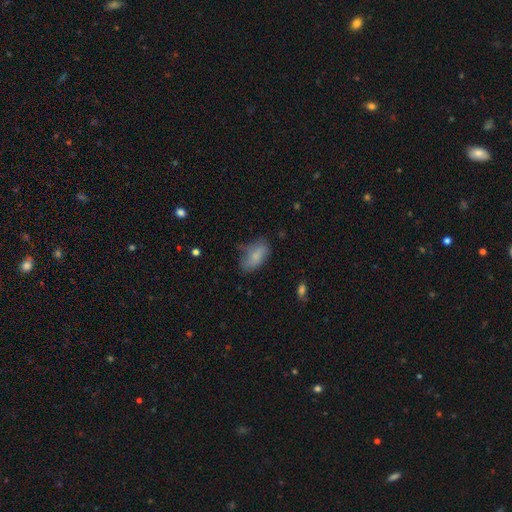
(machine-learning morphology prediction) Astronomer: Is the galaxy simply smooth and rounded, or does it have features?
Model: smooth — 75%.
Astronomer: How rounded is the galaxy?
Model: in between — 91%.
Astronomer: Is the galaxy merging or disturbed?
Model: none — 54% (runner-up: minor disturbance, 31%).